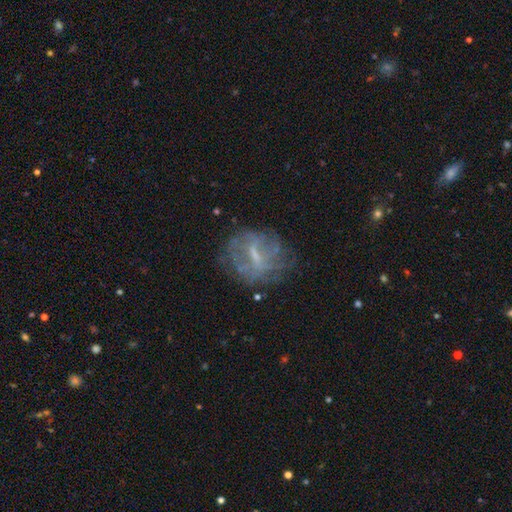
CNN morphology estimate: Smooth or featured? Predicted: featured or disk (p=0.60). Edge-on disk? Predicted: no (p=0.94). Bar? Predicted: weak (p=0.48). Spiral arms? Predicted: no (p=0.60). Bulge size? Predicted: small (p=0.49). Merging? Predicted: none (p=0.64).